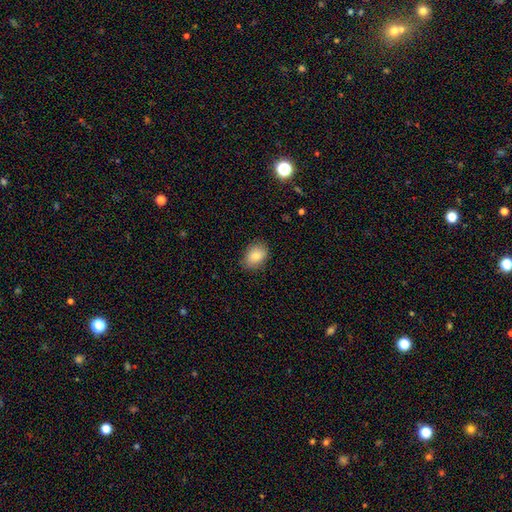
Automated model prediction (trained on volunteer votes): This appears to be a smooth galaxy with no disk features (83%) that is in between round and cigar-shaped (73%). Merging: none (83%).